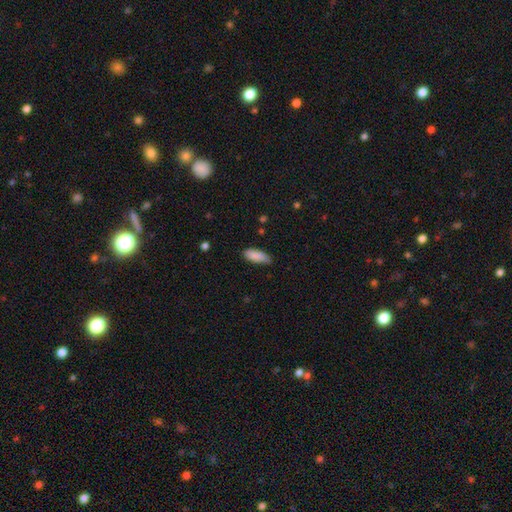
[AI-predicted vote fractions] Smooth or featured?
  - smooth: 87% *
  - featured or disk: 7%
  - star or artifact: 7%
How rounded?
  - in between: 79% *
  - cigar-shaped: 20%
  - round: 2%
Merging?
  - none: 70% *
  - minor disturbance: 25%
  - major disturbance: 4%
  - merger: 1%